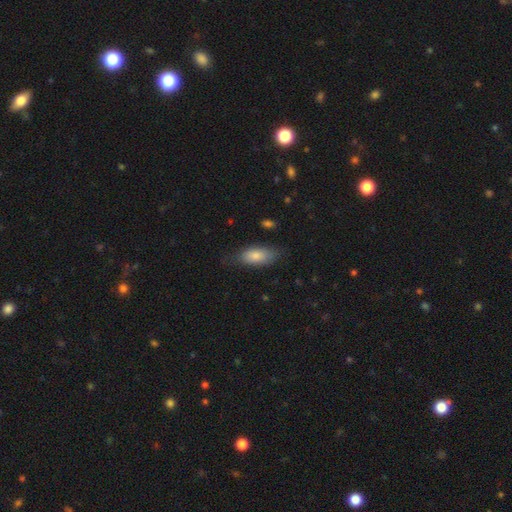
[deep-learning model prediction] Q: Smooth or featured?
A: smooth (81%); runner-up: featured or disk (12%)
Q: How rounded?
A: in between (85%); runner-up: cigar-shaped (12%)
Q: Merging?
A: none (69%); runner-up: minor disturbance (23%)